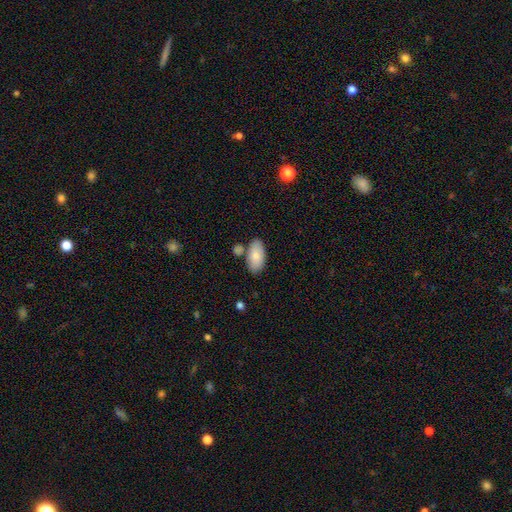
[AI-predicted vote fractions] Smooth or featured: smooth — 83% (featured or disk — 11%)
How rounded: in between — 95% (round — 3%)
Merging: none — 71% (minor disturbance — 14%)